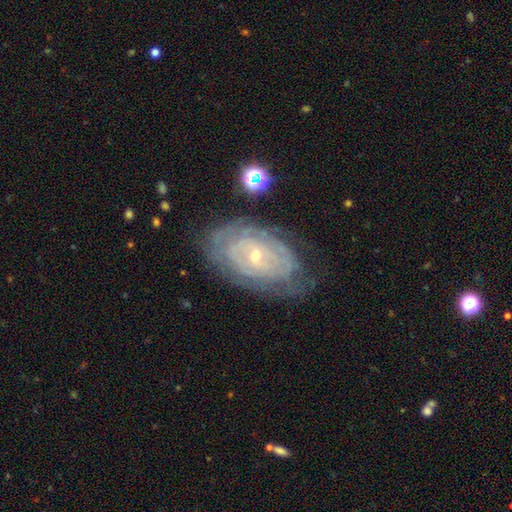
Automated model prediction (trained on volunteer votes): Q: Smooth or featured?
A: featured or disk (80%); runner-up: smooth (13%)
Q: Edge-on disk?
A: no (95%); runner-up: yes (5%)
Q: Bar?
A: no (64%); runner-up: weak (28%)
Q: Spiral arms?
A: yes (85%); runner-up: no (15%)
Q: Spiral winding?
A: tight (79%); runner-up: medium (16%)
Q: Spiral arm count?
A: can't tell (56%); runner-up: 2 (17%)
Q: Bulge size?
A: small (73%); runner-up: moderate (24%)
Q: Merging?
A: none (69%); runner-up: minor disturbance (21%)